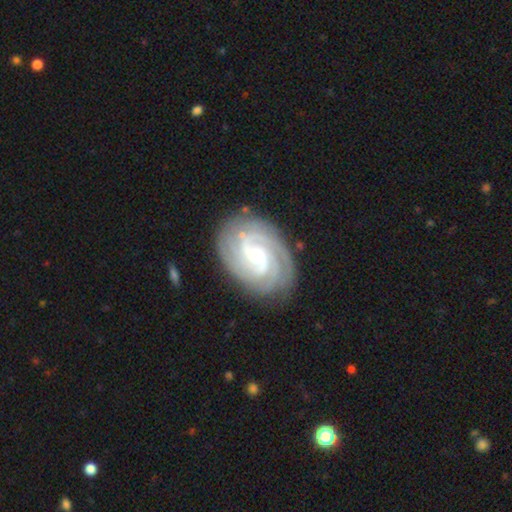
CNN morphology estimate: featured or disk 90%, smooth 6%, star or artifact 5%. Down the decision tree: edge-on disk — no (97%); bar — no (45%); spiral arms — yes (98%); spiral arm count — 3 (33%); spiral winding — tight (71%); bulge size — small (60%); merging — none (82%).